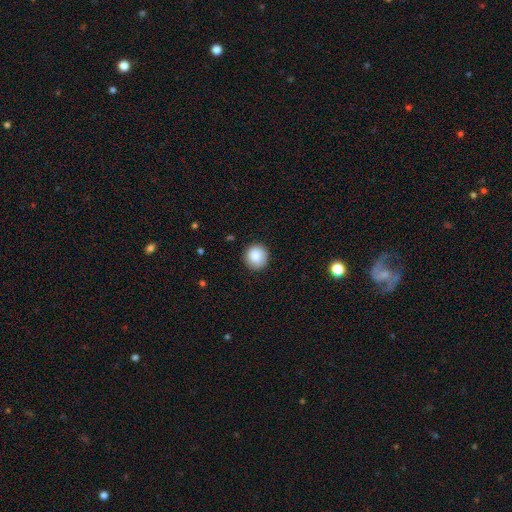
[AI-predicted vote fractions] Q: Smooth or featured?
A: smooth (86%); runner-up: star or artifact (8%)
Q: How rounded?
A: round (91%); runner-up: in between (8%)
Q: Merging?
A: none (89%); runner-up: minor disturbance (8%)